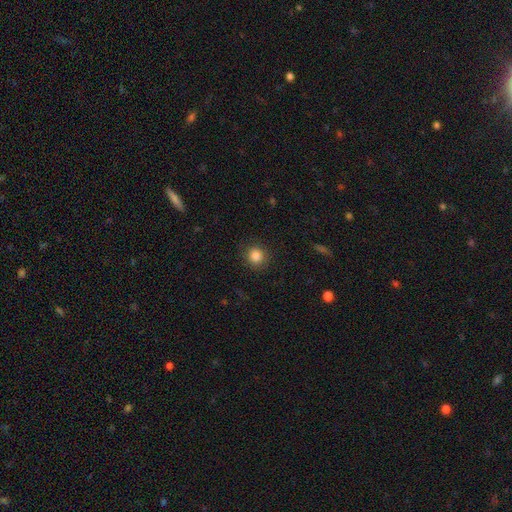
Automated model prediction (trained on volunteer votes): Morphology: type=smooth (85%); roundness=round (90%); merging=none (89%).